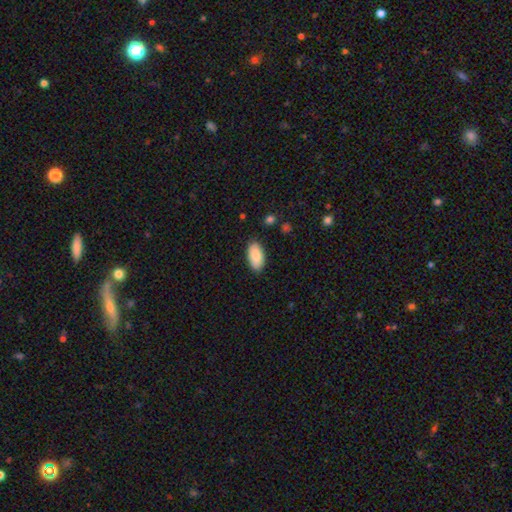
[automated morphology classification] Smooth or featured: smooth — 87% (featured or disk — 7%)
How rounded: in between — 95% (cigar-shaped — 3%)
Merging: none — 86% (minor disturbance — 11%)